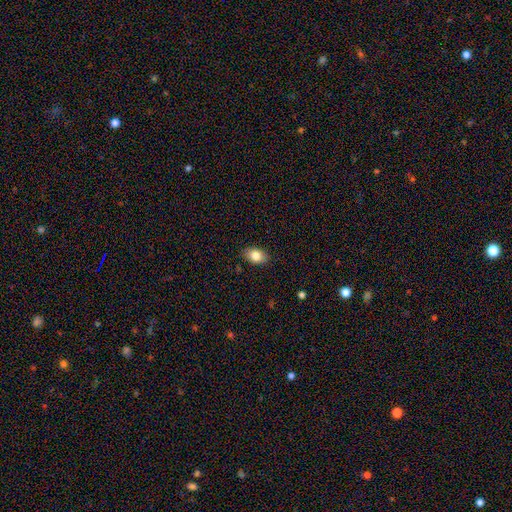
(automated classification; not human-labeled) Smooth or featured? smooth (83%)
How rounded? in between (81%)
Merging? none (87%)